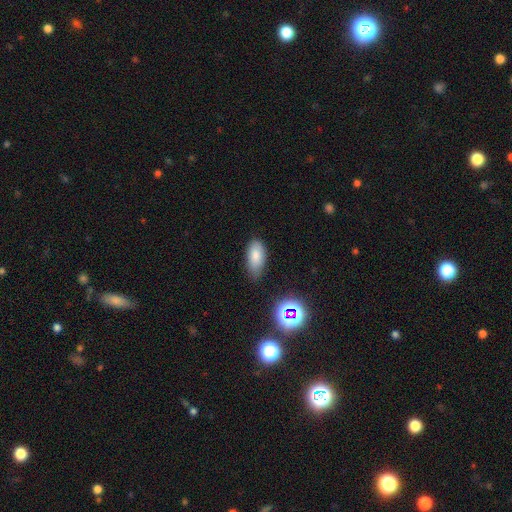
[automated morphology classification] The model was most divided on "merging": none: 68%, minor disturbance: 25%, major disturbance: 5%, merger: 2%. More confident: how rounded — in between (91%); smooth or featured — smooth (80%).